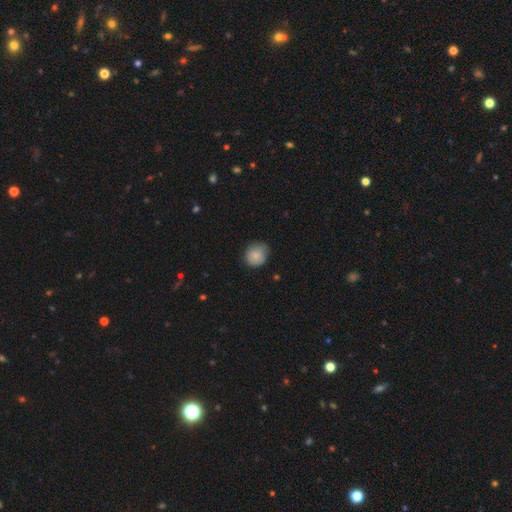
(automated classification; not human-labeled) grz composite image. It shows a smooth galaxy with no disk features (82%) that is round (75%). Merging: none (65%).